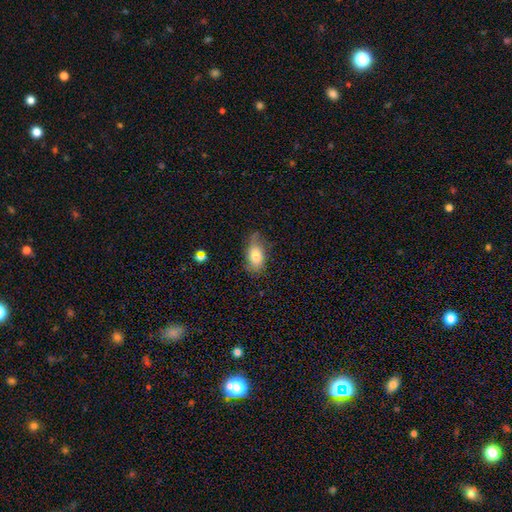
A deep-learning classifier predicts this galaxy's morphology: Q: Smooth or featured?
A: smooth (76%); runner-up: featured or disk (16%)
Q: How rounded?
A: in between (89%); runner-up: cigar-shaped (6%)
Q: Merging?
A: none (63%); runner-up: minor disturbance (28%)